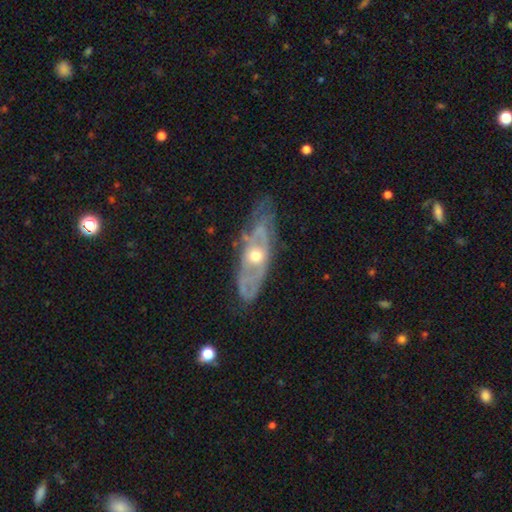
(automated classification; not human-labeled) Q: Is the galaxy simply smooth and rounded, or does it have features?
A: featured or disk — 76%.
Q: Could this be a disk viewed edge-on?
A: no — 78%.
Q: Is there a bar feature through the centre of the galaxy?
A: no — 81%.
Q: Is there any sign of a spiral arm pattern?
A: yes — 64%.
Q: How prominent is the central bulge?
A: moderate — 63%.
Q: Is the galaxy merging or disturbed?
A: none — 59%.